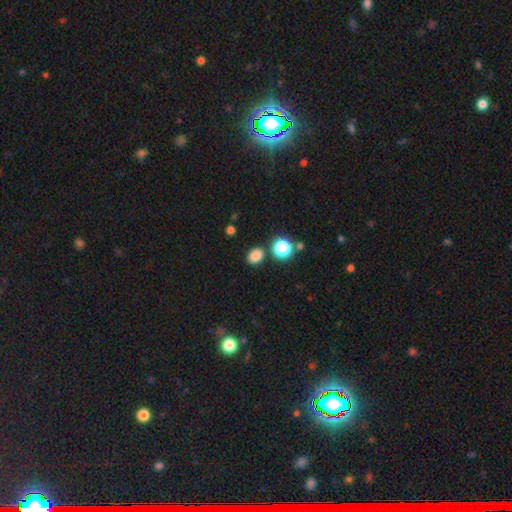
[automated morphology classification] The model was most divided on "how rounded": in between: 54%, round: 45%, cigar-shaped: 1%. More confident: merging — none (83%); smooth or featured — smooth (82%).